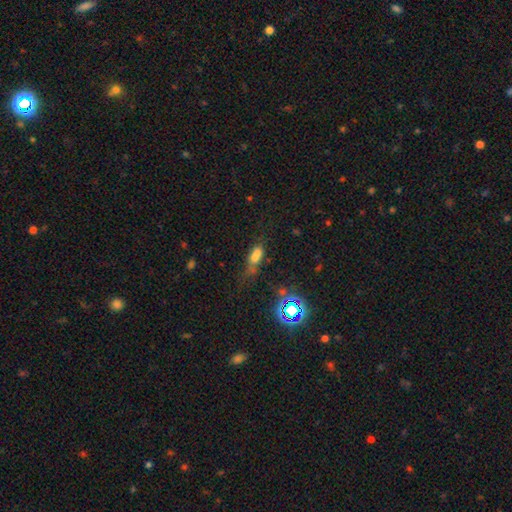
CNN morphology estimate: type=smooth (60%); roundness=in between (67%); merging=none (37%).